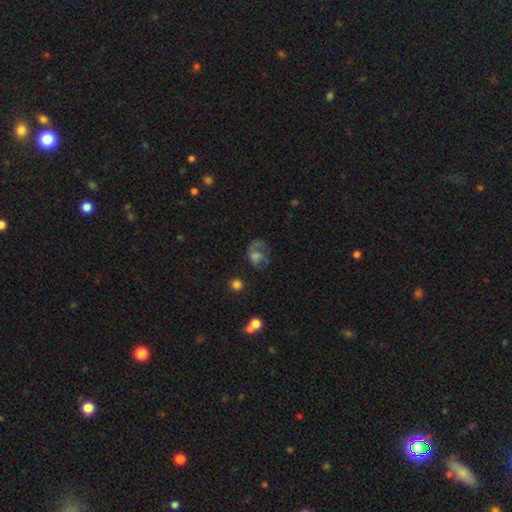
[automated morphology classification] smooth 48%, featured or disk 36%, star or artifact 16%. Down the decision tree: merging — major disturbance (41%).